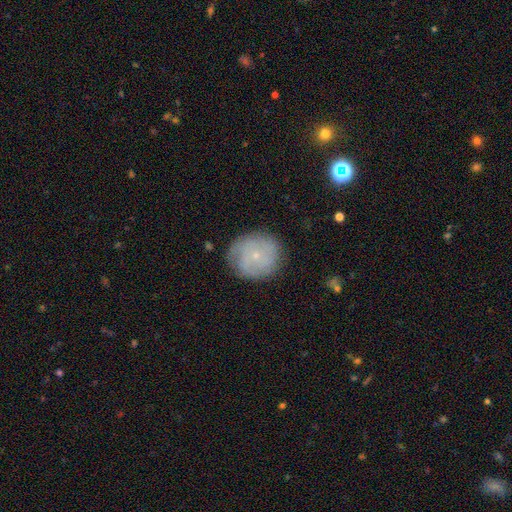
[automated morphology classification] smooth-or-featured: featured or disk: 52% | smooth: 39% | star or artifact: 9%
  disk-edge-on: no: 97% | yes: 3%
    bar: no: 85% | weak: 13% | strong: 2%
    has-spiral-arms: yes: 76% | no: 24%
    bulge-size: small: 86% | moderate: 10% | none: 3% | large: 1% | dominant: 1%
  merging: none: 78% | minor disturbance: 16% | major disturbance: 5% | merger: 1%